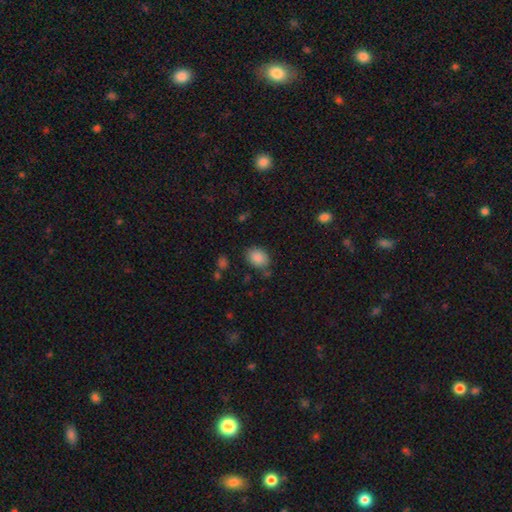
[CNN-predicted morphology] Smooth or featured?
  - smooth: 85% *
  - star or artifact: 11%
  - featured or disk: 5%
How rounded?
  - in between: 60% *
  - round: 39%
  - cigar-shaped: 1%
Merging?
  - none: 78% *
  - minor disturbance: 14%
  - major disturbance: 4%
  - merger: 4%